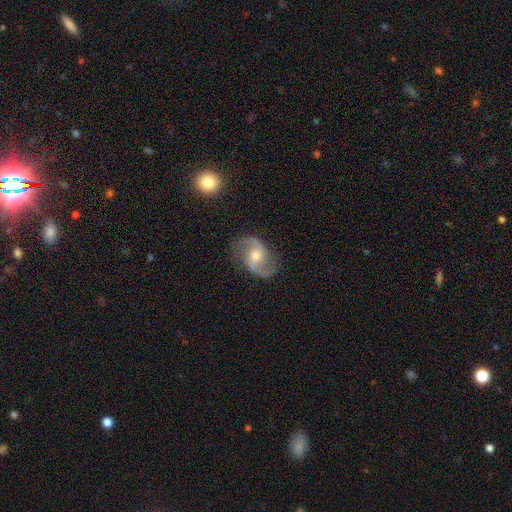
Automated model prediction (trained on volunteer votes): The model was most divided on "bar": no: 46%, weak: 40%, strong: 14%. More confident: edge-on disk — no (98%); spiral arms — yes (97%); spiral arm count — 2 (94%); smooth or featured — featured or disk (88%); merging — none (83%); bulge size — moderate (59%); spiral winding — loose (55%).